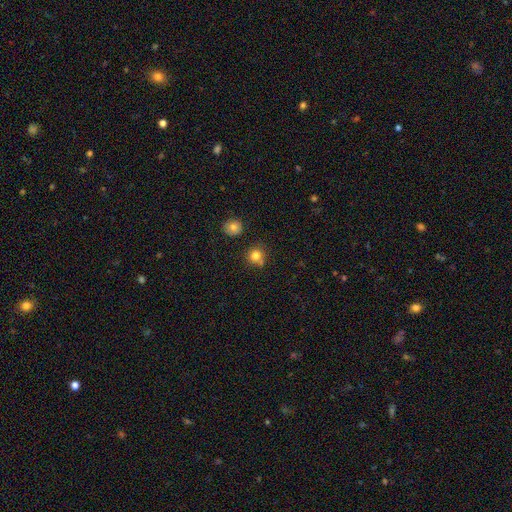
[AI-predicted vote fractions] Smooth or featured? smooth (80%)
How rounded? round (89%)
Merging? none (69%)